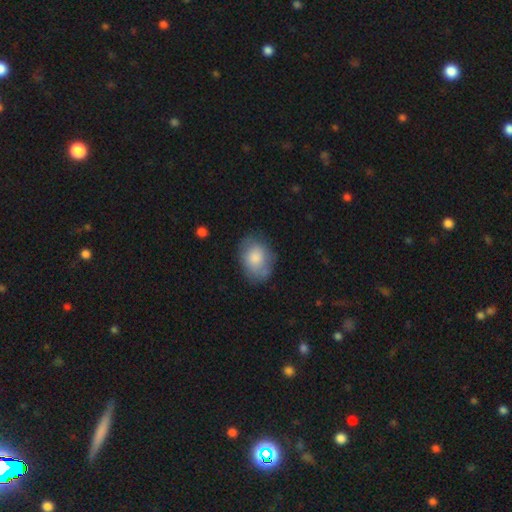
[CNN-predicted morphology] This is likely a smooth galaxy (76%). How rounded: likely in between (73%). Merging: likely none (70%).